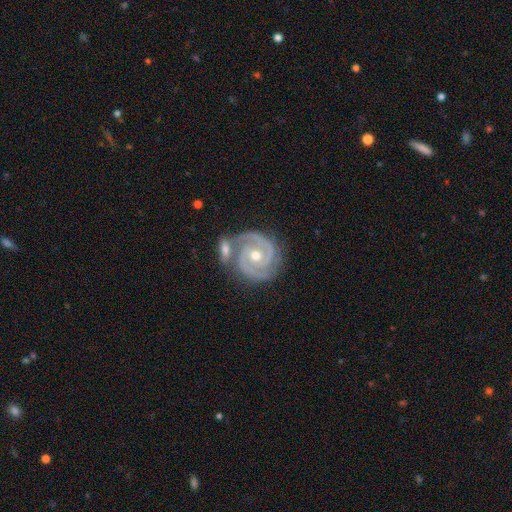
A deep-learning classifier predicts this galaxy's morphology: Smooth or featured? Predicted: featured or disk (p=0.92). Edge-on disk? Predicted: no (p=0.98). Bar? Predicted: no (p=0.59). Spiral arms? Predicted: yes (p=0.98). Spiral winding? Predicted: tight (p=0.74). Spiral arm count? Predicted: 2 (p=0.83). Bulge size? Predicted: moderate (p=0.70). Merging? Predicted: none (p=0.61).